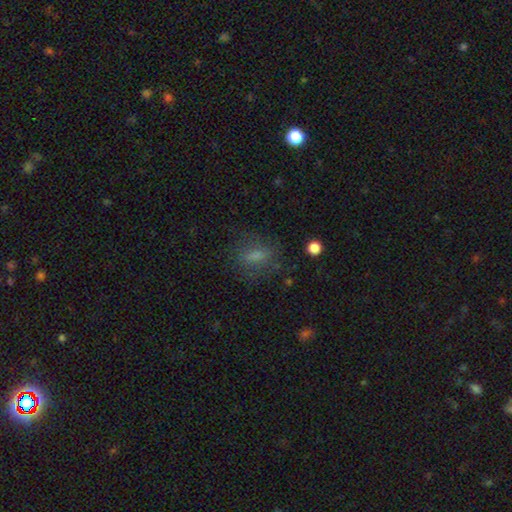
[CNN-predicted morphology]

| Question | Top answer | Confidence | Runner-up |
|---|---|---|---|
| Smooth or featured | smooth | 63% | featured or disk (21%) |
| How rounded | in between | 57% | cigar-shaped (23%) |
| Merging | none | 75% | minor disturbance (14%) |